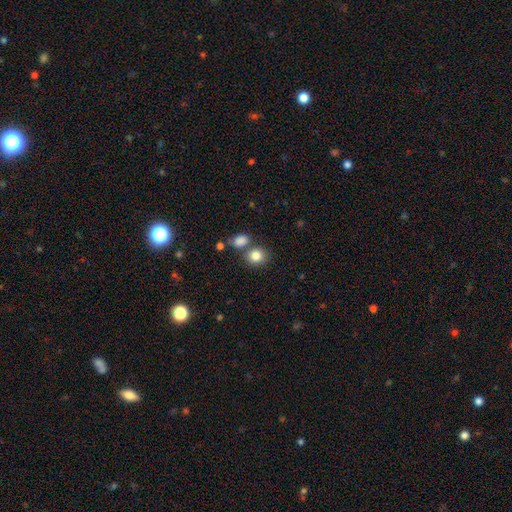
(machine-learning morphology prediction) type=smooth (84%); roundness=round (72%); merging=none (65%).